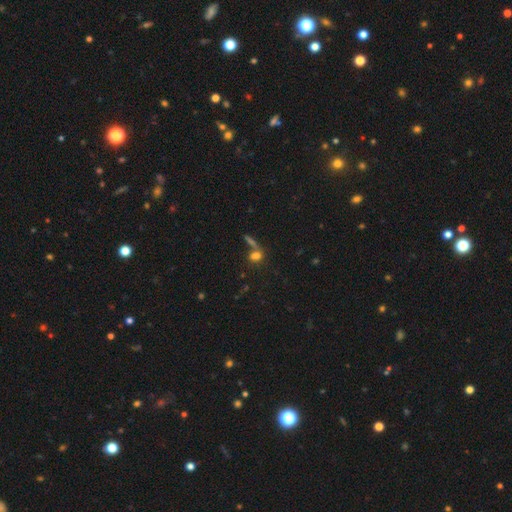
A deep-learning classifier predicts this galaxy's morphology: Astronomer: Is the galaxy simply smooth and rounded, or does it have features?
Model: smooth — 66%.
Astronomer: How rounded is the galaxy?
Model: in between — 49% (runner-up: round, 36%).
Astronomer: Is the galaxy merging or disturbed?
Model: none — 47% (runner-up: merger, 37%).